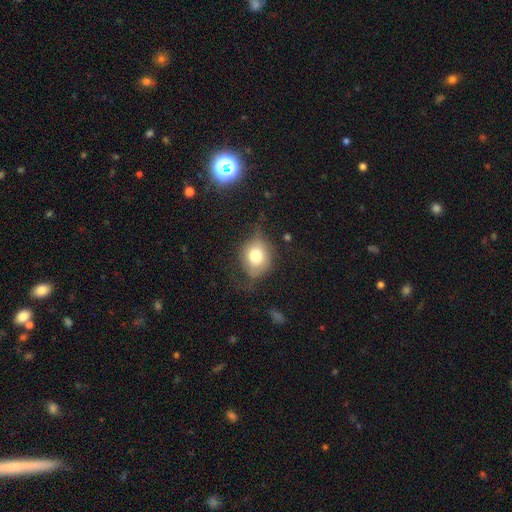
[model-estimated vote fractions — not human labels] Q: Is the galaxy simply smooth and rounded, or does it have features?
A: smooth — 67%.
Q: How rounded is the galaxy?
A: round — 61%.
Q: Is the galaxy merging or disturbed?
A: none — 49%.